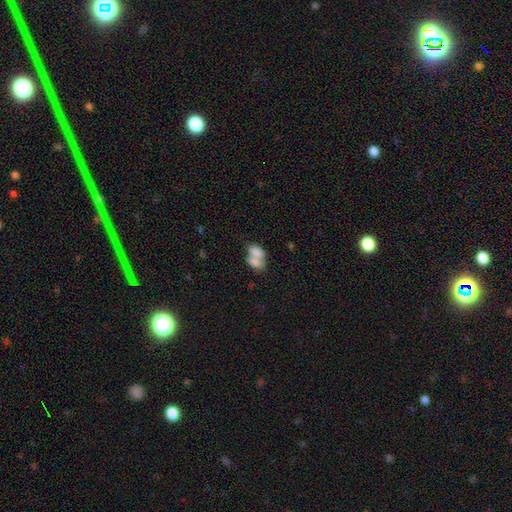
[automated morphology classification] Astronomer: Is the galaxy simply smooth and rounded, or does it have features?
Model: smooth — 75%.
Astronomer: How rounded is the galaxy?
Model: in between — 87%.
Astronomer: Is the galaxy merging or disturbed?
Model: merger — 71%.